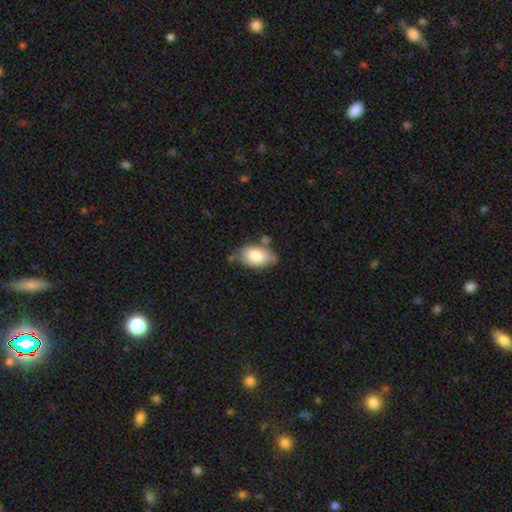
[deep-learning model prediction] smooth_or_featured: smooth (p=0.80) [alt: featured or disk p=0.13]
how_rounded: in between (p=0.91) [alt: round p=0.07]
merging: none (p=0.59) [alt: minor disturbance p=0.25]